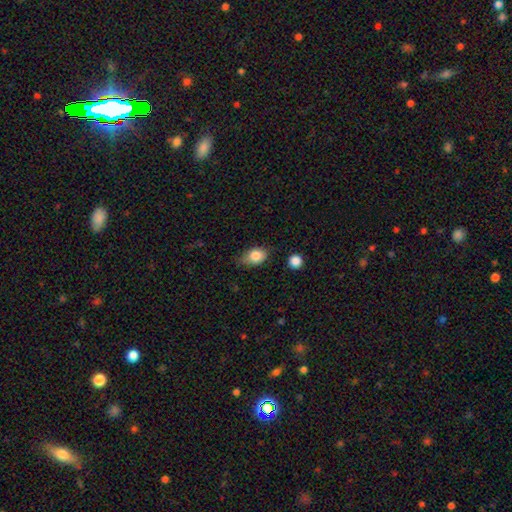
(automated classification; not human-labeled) Overall: smooth (82%). How rounded: in between (78%). Merging: none (60%; minor disturbance 31%).